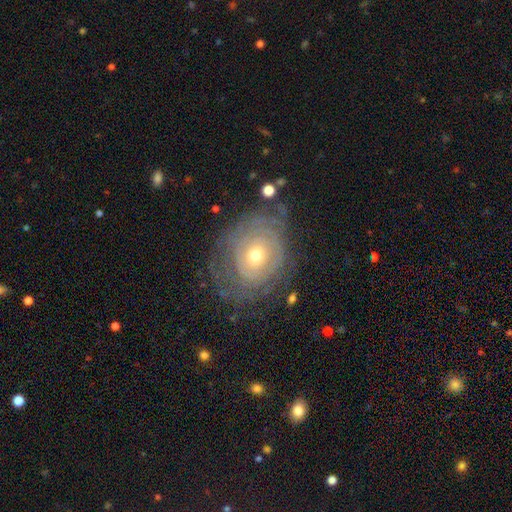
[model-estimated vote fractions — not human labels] This appears to be a featured or disk galaxy (75%) with no bar (81%), tight (79%) spiral arms (77%) and a moderate central bulge (54%). Merging: none (66%).